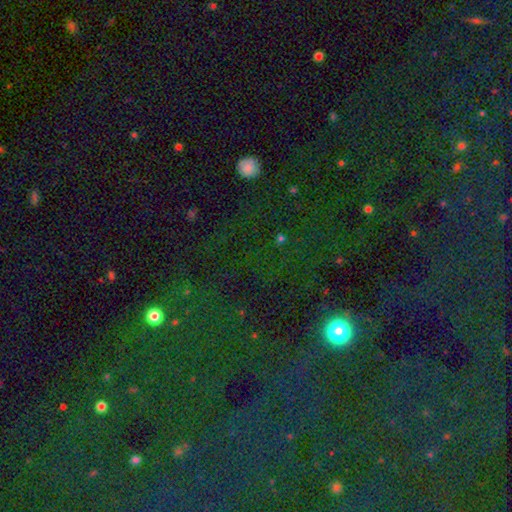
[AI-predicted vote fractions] A star or artifact, not a galaxy (74%).

Vote fractions:
- Smooth or featured? star or artifact: 74% / smooth: 18% / featured or disk: 9%